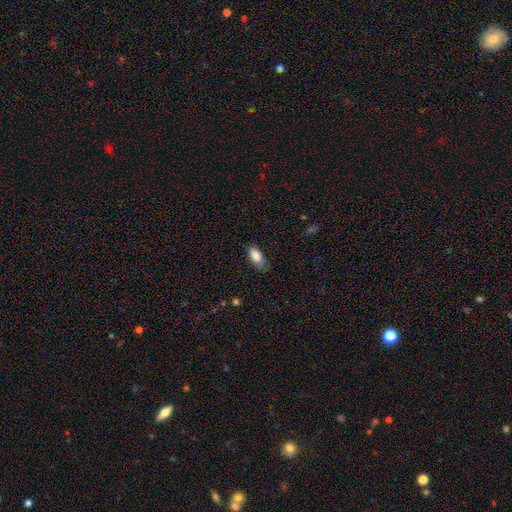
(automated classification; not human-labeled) Smooth or featured? Predicted: smooth (p=0.85). How rounded? Predicted: in between (p=0.88). Merging? Predicted: none (p=0.72).